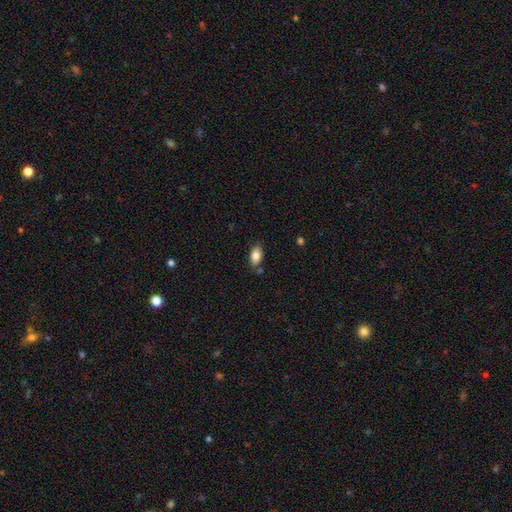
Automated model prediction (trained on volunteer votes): This appears to be a smooth galaxy with no disk features (83%) that is in between round and cigar-shaped (91%). Merging: none (76%).